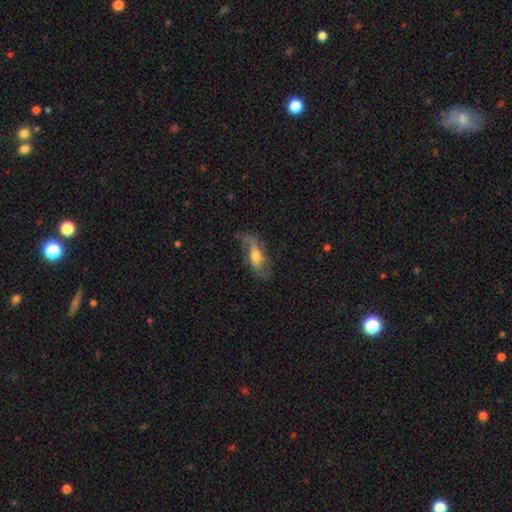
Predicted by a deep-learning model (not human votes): This appears to be a featured or disk galaxy (59%). Merging: none (57%).